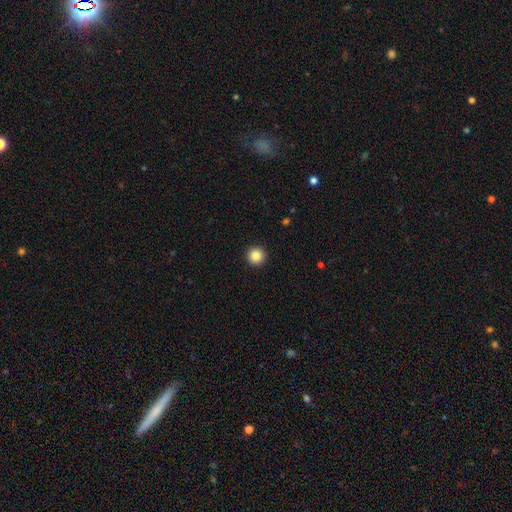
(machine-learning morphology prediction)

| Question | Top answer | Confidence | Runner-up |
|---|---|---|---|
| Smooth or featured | smooth | 85% | star or artifact (10%) |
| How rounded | round | 96% | in between (3%) |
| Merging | none | 94% | minor disturbance (4%) |